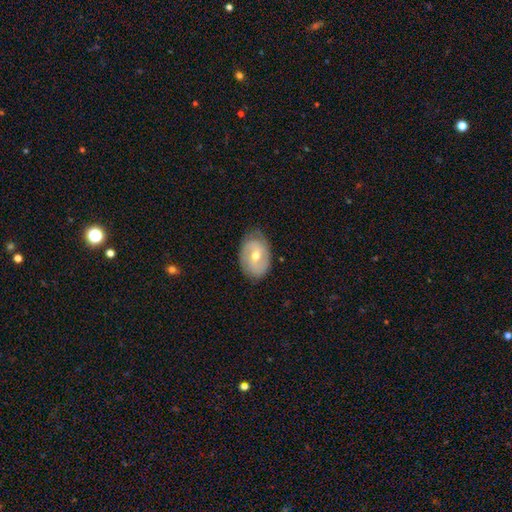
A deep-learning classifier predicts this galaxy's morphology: The model was most divided on "bar": weak: 44%, no: 42%, strong: 14%. More confident: edge-on disk — no (95%); spiral arms — yes (78%); merging — none (76%); bulge size — moderate (66%); smooth or featured — featured or disk (63%).